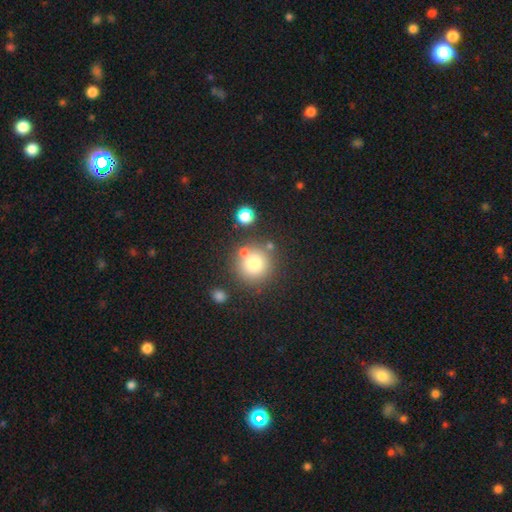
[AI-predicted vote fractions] This appears to be a smooth galaxy with no disk features (76%) that is round (93%). Merging: none (75%).